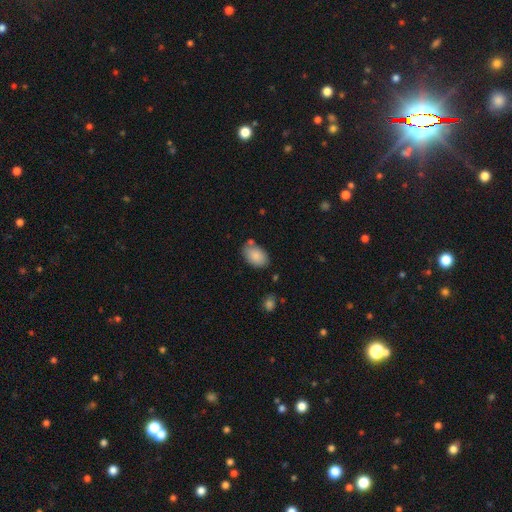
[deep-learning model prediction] Smooth or featured: smooth — 86% (star or artifact — 7%)
How rounded: in between — 91% (round — 8%)
Merging: none — 72% (minor disturbance — 17%)